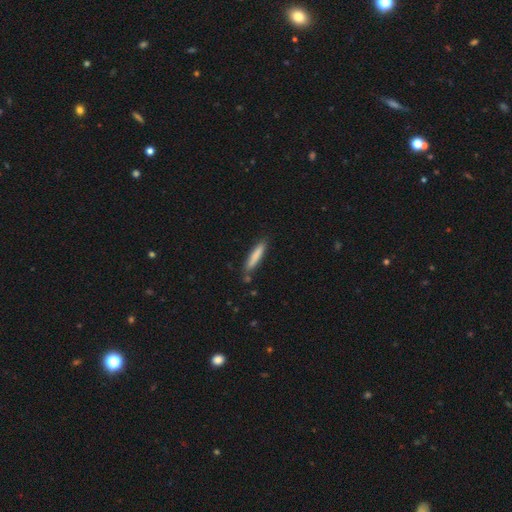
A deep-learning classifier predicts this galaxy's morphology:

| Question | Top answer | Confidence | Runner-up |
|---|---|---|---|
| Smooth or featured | smooth | 81% | featured or disk (13%) |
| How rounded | cigar-shaped | 90% | in between (9%) |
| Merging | none | 81% | minor disturbance (13%) |